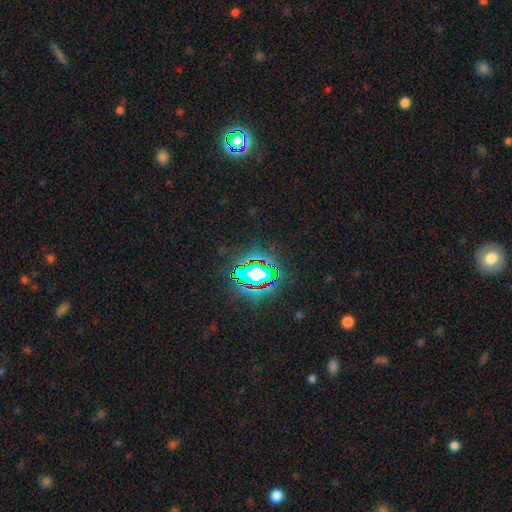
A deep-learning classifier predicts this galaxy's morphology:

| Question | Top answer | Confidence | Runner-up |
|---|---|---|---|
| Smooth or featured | star or artifact | 81% | smooth (12%) |